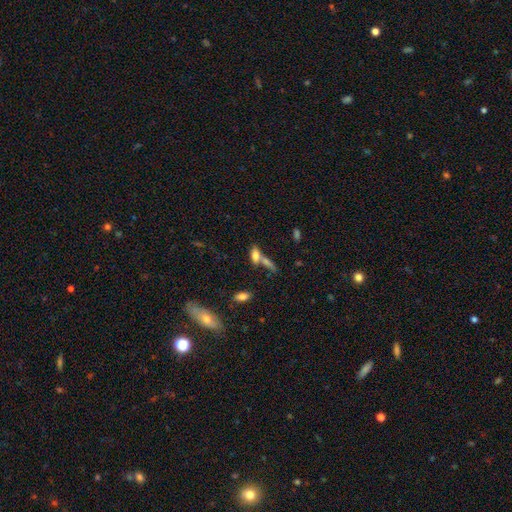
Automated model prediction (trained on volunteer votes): Smooth or featured? Predicted: smooth (p=0.71). How rounded? Predicted: in between (p=0.69). Merging? Predicted: merger (p=0.44).